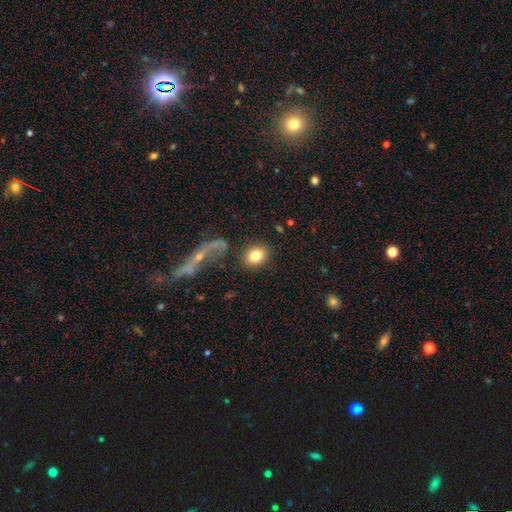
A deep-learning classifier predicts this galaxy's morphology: smooth_or_featured: smooth (p=0.80) [alt: featured or disk p=0.11]
how_rounded: round (p=0.52) [alt: in between p=0.46]
merging: none (p=0.83) [alt: minor disturbance p=0.09]